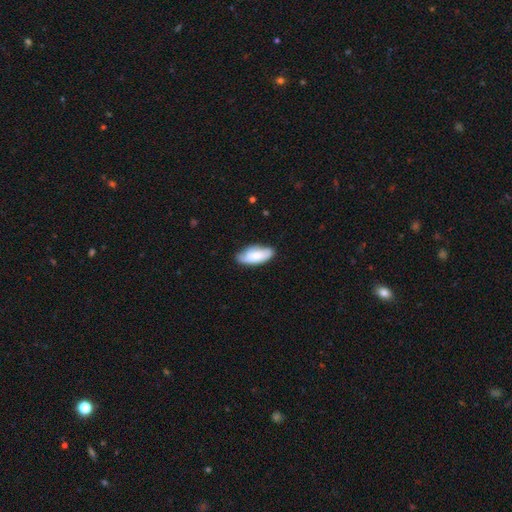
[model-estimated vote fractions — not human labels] A smooth galaxy with no disk features (66%) that is in between round and cigar-shaped (87%). Merging: none (71%).